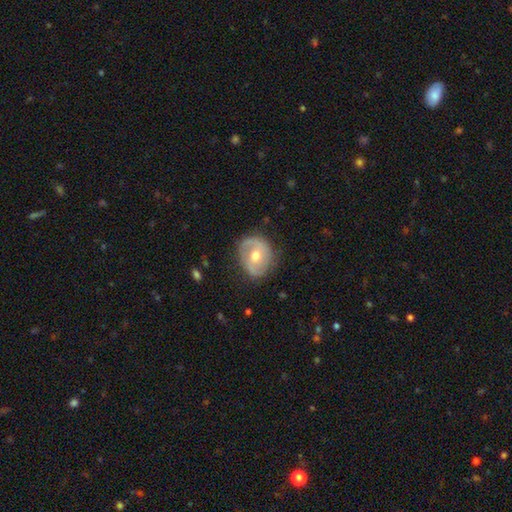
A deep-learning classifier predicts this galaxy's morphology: Smooth or featured? featured or disk (67%)
Edge-on disk? no (96%)
Bar? no (51%)
Spiral arms? yes (79%)
Spiral winding? medium (42%)
Spiral arm count? 2 (76%)
Bulge size? moderate (72%)
Merging? none (75%)